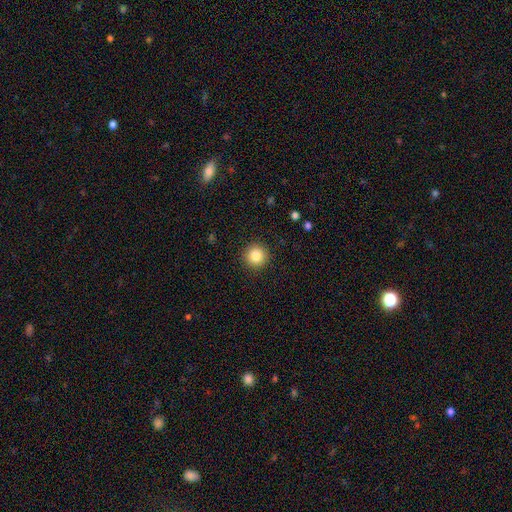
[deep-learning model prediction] Smooth or featured?
  - smooth: 85% *
  - star or artifact: 10%
  - featured or disk: 5%
How rounded?
  - round: 95% *
  - in between: 4%
  - cigar-shaped: 1%
Merging?
  - none: 92% *
  - minor disturbance: 5%
  - major disturbance: 2%
  - merger: 1%